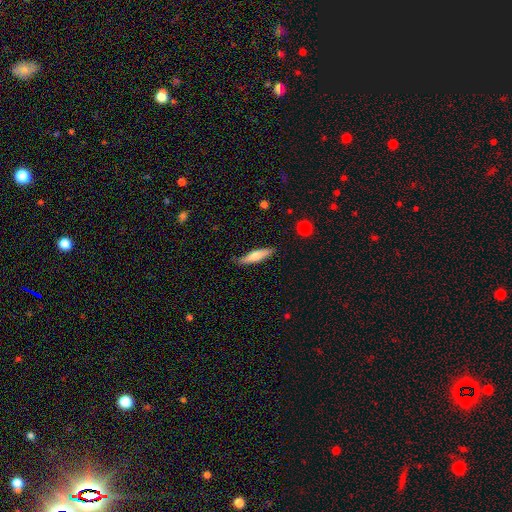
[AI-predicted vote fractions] This appears to be a smooth galaxy with no disk features (60%) that is cigar-shaped (80%). Merging: none (80%).